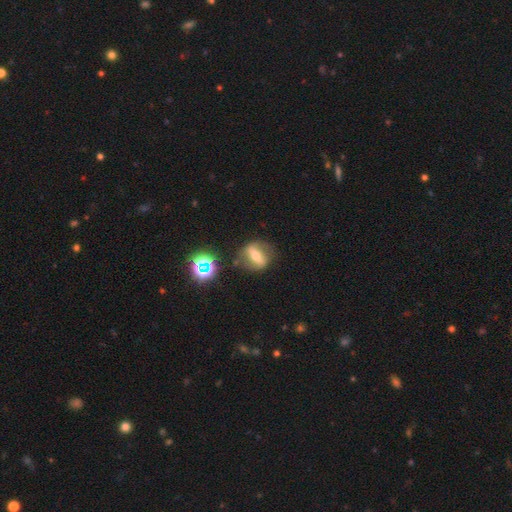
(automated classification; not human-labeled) The model was most divided on "smooth or featured": featured or disk: 60%, smooth: 27%, star or artifact: 13%. More confident: merging — none (77%); edge-on disk — no (70%).